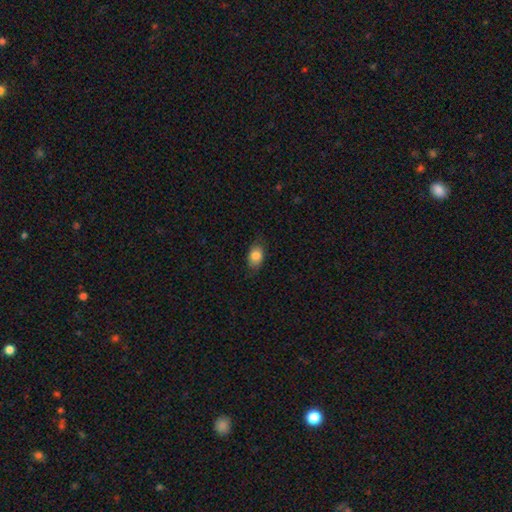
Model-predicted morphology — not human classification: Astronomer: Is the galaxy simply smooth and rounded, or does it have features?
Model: smooth — 84%.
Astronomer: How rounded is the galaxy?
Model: in between — 82%.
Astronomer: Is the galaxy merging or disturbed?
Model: none — 77%.